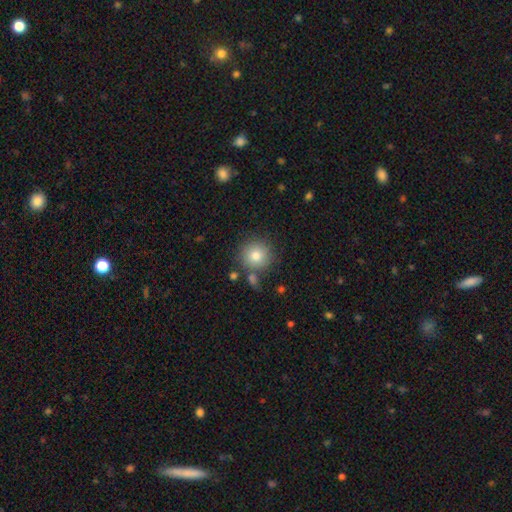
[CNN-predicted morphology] A smooth galaxy with no disk features (79%) that is round (93%).

Vote fractions:
- Smooth or featured? smooth: 79% / star or artifact: 11% / featured or disk: 10%
- How rounded? round: 93% / in between: 6% / cigar-shaped: 1%
- Merging? none: 79% / minor disturbance: 10% / merger: 8% / major disturbance: 3%